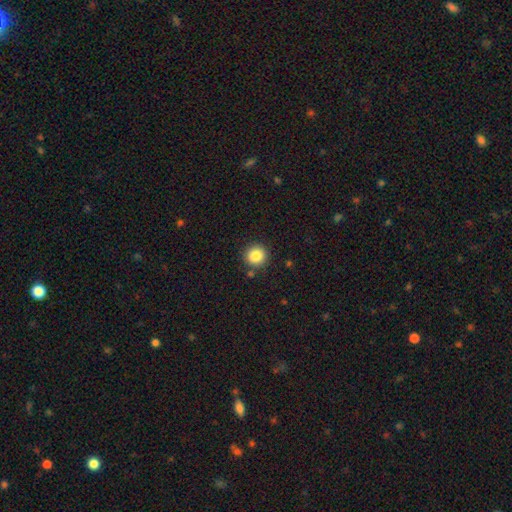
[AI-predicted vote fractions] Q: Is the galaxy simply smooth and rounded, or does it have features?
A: smooth — 85%.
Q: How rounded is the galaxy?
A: round — 94%.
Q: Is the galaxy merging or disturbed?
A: none — 89%.